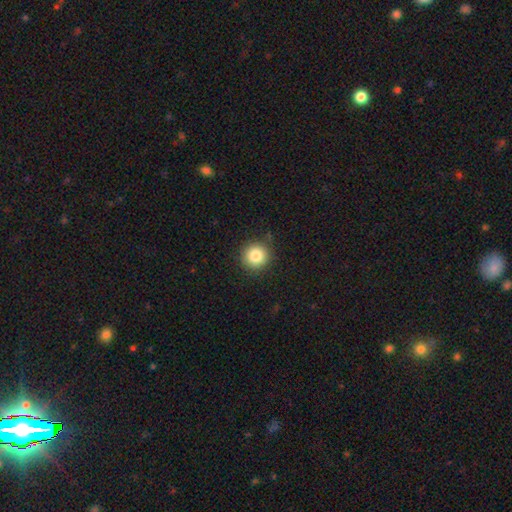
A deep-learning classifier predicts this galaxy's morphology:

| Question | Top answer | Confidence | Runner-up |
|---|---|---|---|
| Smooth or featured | smooth | 84% | star or artifact (10%) |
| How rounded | round | 94% | in between (5%) |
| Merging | none | 89% | minor disturbance (8%) |